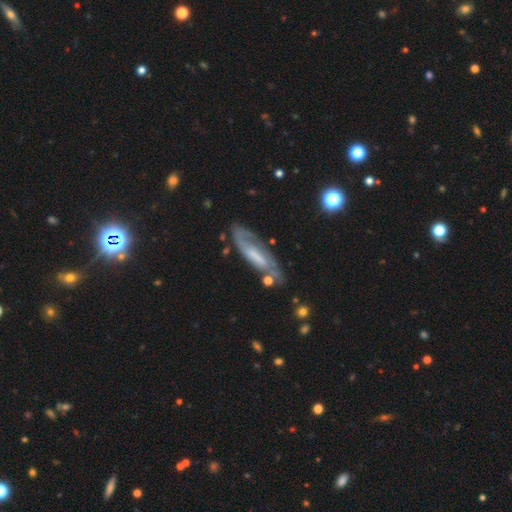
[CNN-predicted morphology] A featured or disk galaxy (69%) with a weak bar (41%), spiral arms (85%) and no central bulge (35%). Merging: none (62%).